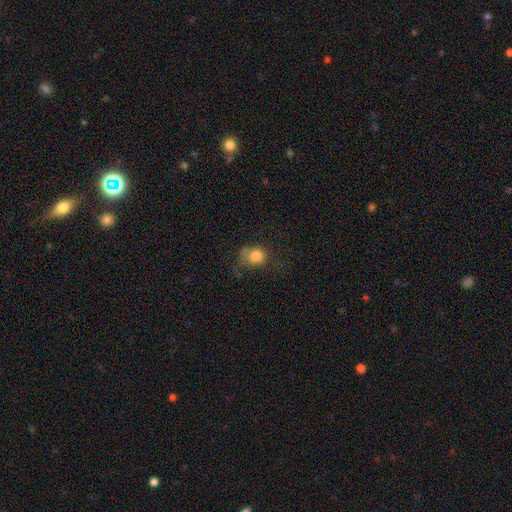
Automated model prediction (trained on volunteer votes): This is likely a smooth galaxy (79%). How rounded: likely round (64%). Merging: marginally none (40%).